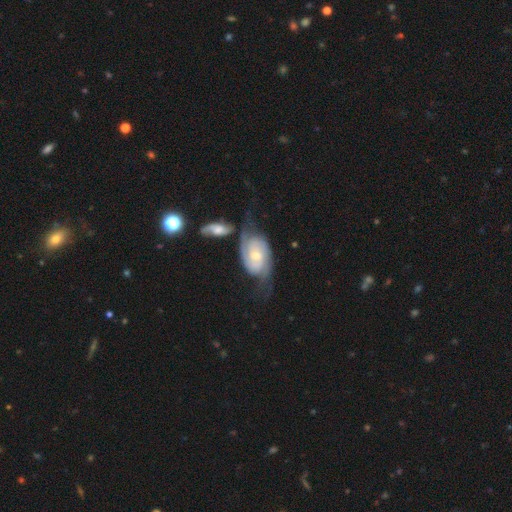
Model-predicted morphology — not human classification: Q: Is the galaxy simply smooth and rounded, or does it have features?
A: featured or disk — 82%.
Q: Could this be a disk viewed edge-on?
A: no — 96%.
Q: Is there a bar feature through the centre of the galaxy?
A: no — 55%.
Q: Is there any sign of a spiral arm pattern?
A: yes — 95%.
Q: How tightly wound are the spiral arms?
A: tight — 46%.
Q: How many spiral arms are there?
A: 2 — 70%.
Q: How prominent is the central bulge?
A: moderate — 47%, tied with small.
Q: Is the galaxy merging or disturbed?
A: none — 39%.